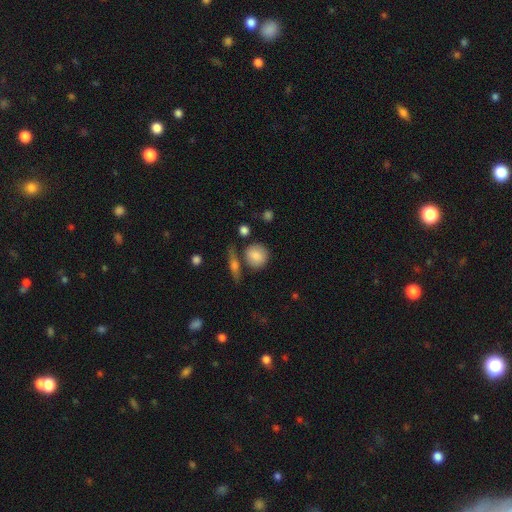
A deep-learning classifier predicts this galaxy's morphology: A smooth galaxy with no disk features (82%) that is round (82%).

Vote fractions:
- Smooth or featured? smooth: 82% / featured or disk: 10% / star or artifact: 8%
- How rounded? round: 82% / in between: 16% / cigar-shaped: 2%
- Merging? none: 70% / minor disturbance: 14% / merger: 11% / major disturbance: 5%